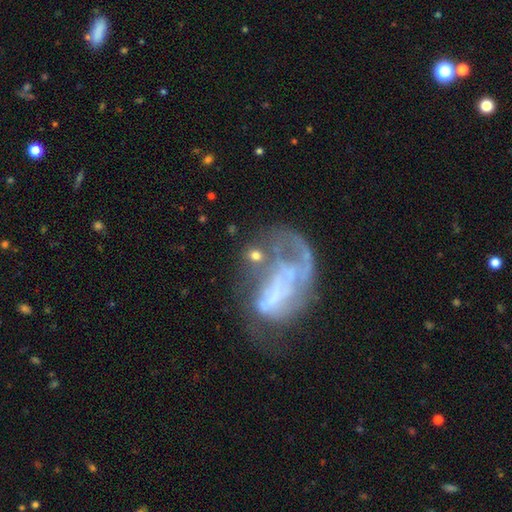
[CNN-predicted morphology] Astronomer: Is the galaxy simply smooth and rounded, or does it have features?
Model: smooth — 51% (runner-up: featured or disk, 33%).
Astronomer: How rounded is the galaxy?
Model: round — 62%.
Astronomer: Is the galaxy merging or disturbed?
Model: none — 42% (runner-up: major disturbance, 23%).